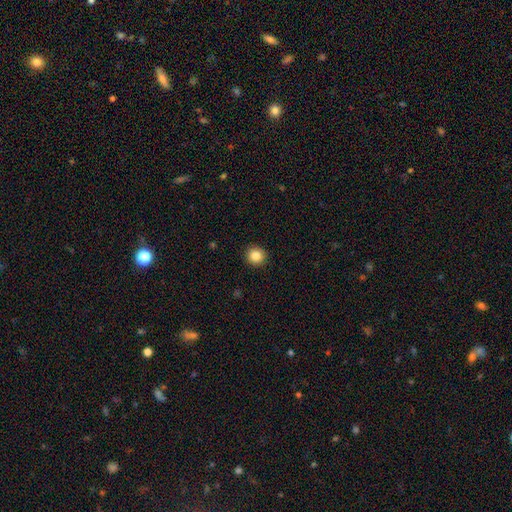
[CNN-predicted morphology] A smooth galaxy with no disk features (84%) that is round (93%). Merging: none (93%).